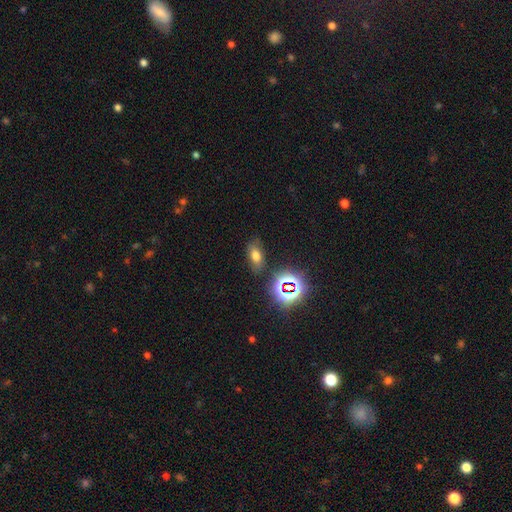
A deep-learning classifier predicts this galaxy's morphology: This is likely a smooth galaxy (62%). How rounded: clearly in between (85%). Merging: likely none (76%).